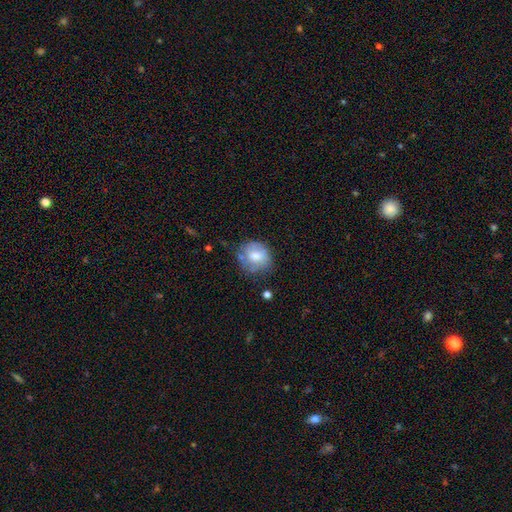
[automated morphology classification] Q: Smooth or featured?
A: smooth (61%); runner-up: featured or disk (31%)
Q: How rounded?
A: round (73%); runner-up: in between (26%)
Q: Merging?
A: none (57%); runner-up: minor disturbance (28%)